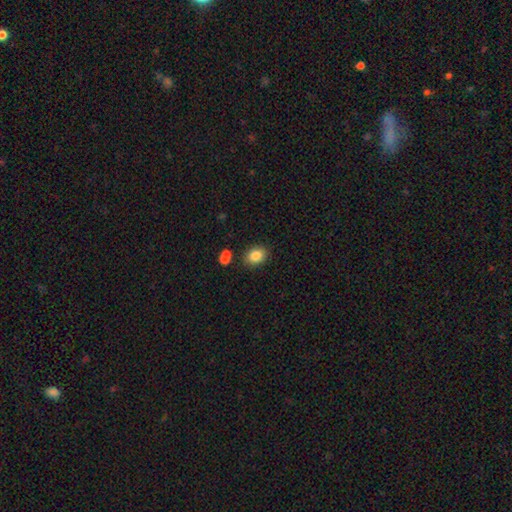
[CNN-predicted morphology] smooth-or-featured: smooth: 85% | star or artifact: 9% | featured or disk: 6%
  how-rounded: in between: 64% | round: 35% | cigar-shaped: 1%
  merging: none: 82% | minor disturbance: 10% | merger: 5% | major disturbance: 3%